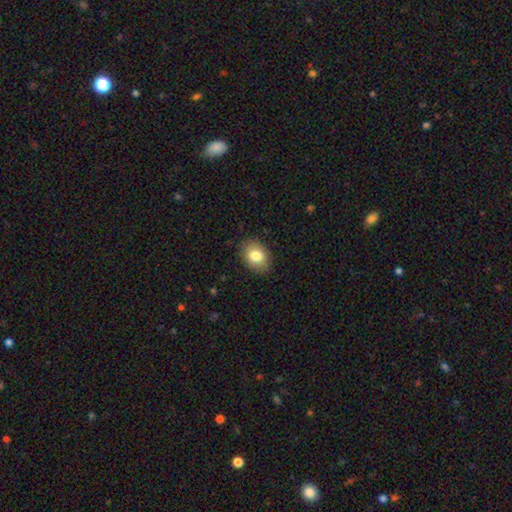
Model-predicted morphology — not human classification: Smooth or featured: smooth — 82% (featured or disk — 10%)
How rounded: in between — 72% (round — 27%)
Merging: none — 84% (minor disturbance — 12%)